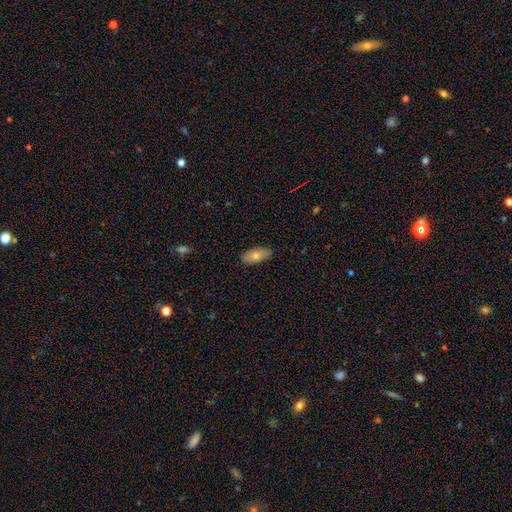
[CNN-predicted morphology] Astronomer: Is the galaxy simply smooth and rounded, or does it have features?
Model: smooth — 79%.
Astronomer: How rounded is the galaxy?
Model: in between — 85%.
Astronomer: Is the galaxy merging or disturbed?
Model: none — 86%.